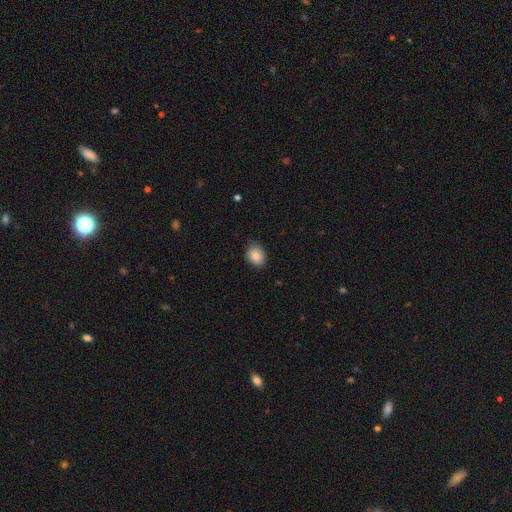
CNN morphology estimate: Smooth or featured? smooth (85%)
How rounded? in between (55%)
Merging? none (80%)